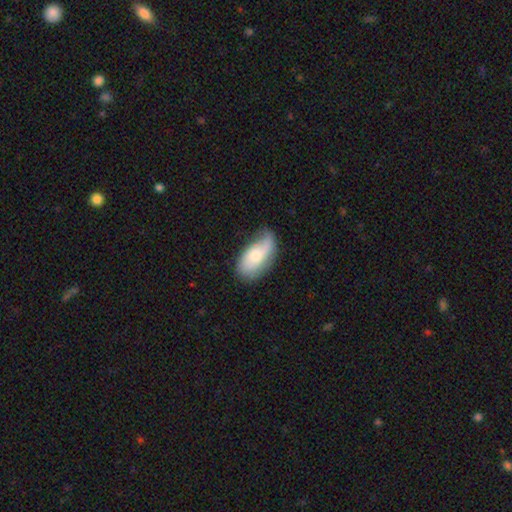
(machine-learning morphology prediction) Smooth or featured: smooth — 58% (featured or disk — 36%)
How rounded: in between — 93% (cigar-shaped — 4%)
Merging: none — 51% (minor disturbance — 33%)